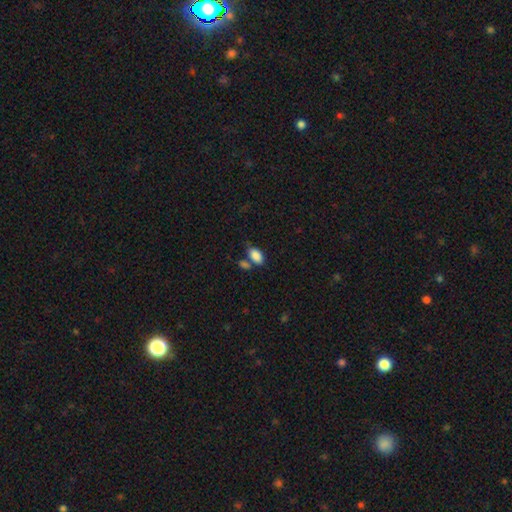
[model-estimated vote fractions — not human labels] The model was most divided on "merging": none: 52%, merger: 28%, minor disturbance: 15%, major disturbance: 5%. More confident: how rounded — in between (92%); smooth or featured — smooth (87%).